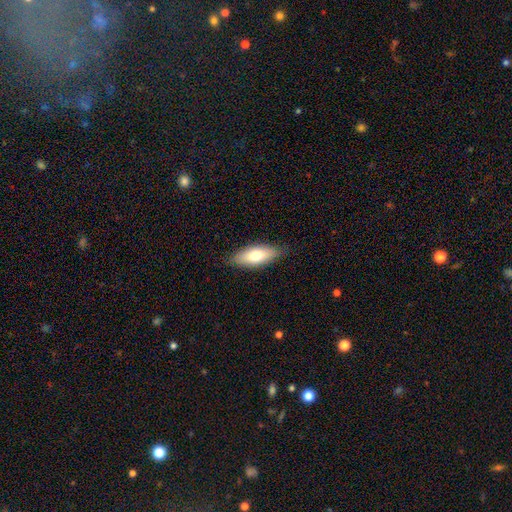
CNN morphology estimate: smooth_or_featured: smooth (p=0.72) [alt: featured or disk p=0.22]
how_rounded: in between (p=0.73) [alt: cigar-shaped p=0.25]
merging: none (p=0.83) [alt: minor disturbance p=0.13]